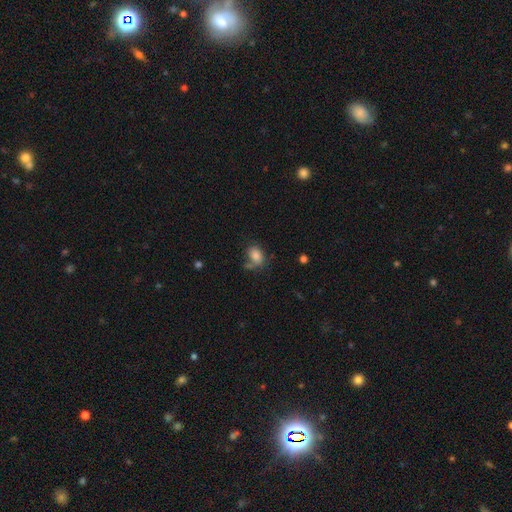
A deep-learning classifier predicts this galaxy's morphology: Smooth or featured: smooth — 83% (star or artifact — 9%)
How rounded: in between — 78% (round — 21%)
Merging: none — 57% (minor disturbance — 20%)